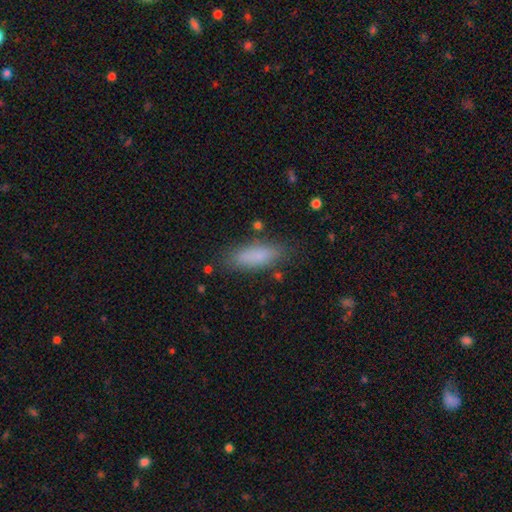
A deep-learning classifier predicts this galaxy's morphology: The model was most divided on "how rounded": in between: 58%, cigar-shaped: 40%, round: 2%. More confident: smooth or featured — smooth (83%); merging — none (81%).